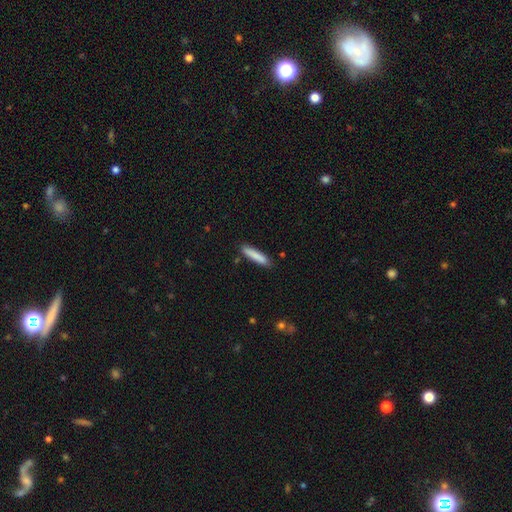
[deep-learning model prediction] smooth_or_featured: smooth (p=0.85) [alt: featured or disk p=0.09]
how_rounded: cigar-shaped (p=0.88) [alt: in between p=0.11]
merging: none (p=0.87) [alt: minor disturbance p=0.10]